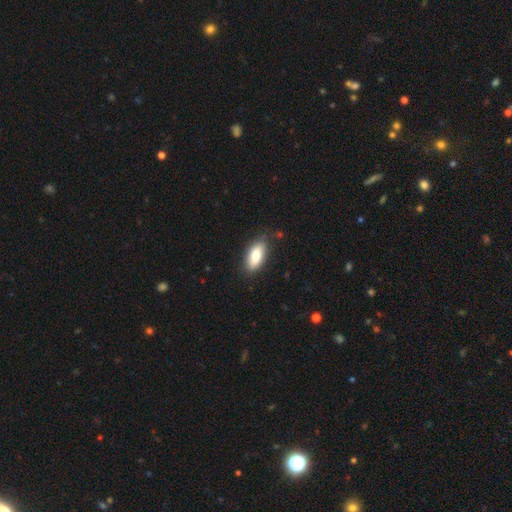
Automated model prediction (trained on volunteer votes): Smooth or featured? Predicted: smooth (p=0.83). How rounded? Predicted: in between (p=0.88). Merging? Predicted: none (p=0.81).